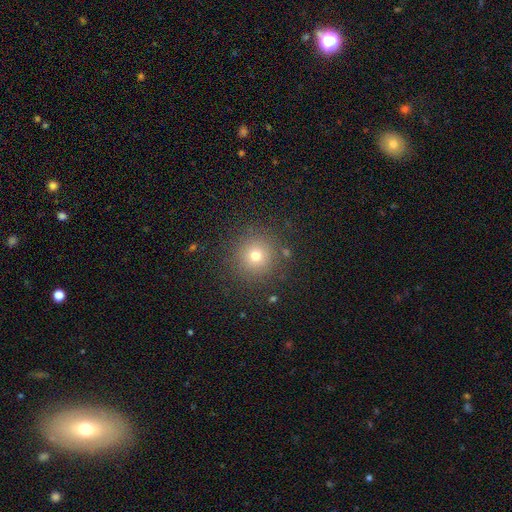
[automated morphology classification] Smooth or featured? smooth (71%)
How rounded? round (95%)
Merging? none (87%)